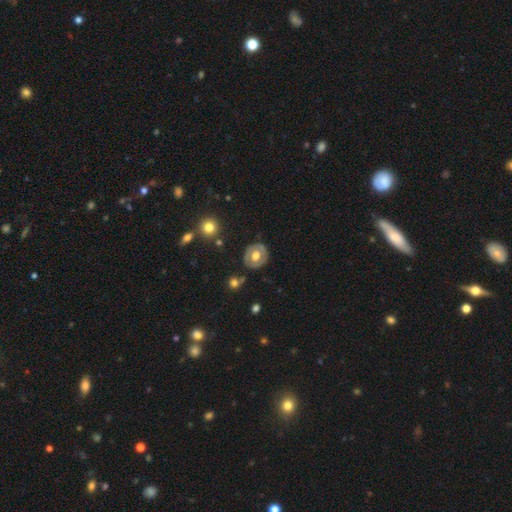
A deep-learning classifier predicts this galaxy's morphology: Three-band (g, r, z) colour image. It shows a smooth galaxy with no disk features (48%). Merging: none (80%).